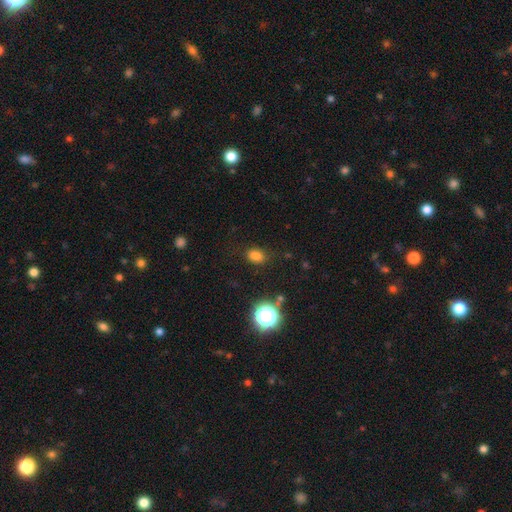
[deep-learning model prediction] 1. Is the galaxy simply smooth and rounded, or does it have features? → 77% smooth, 18% star or artifact, 6% featured or disk.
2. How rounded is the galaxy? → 69% in between, 29% round, 1% cigar-shaped.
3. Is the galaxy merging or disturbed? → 80% none, 13% minor disturbance, 4% major disturbance, 2% merger.